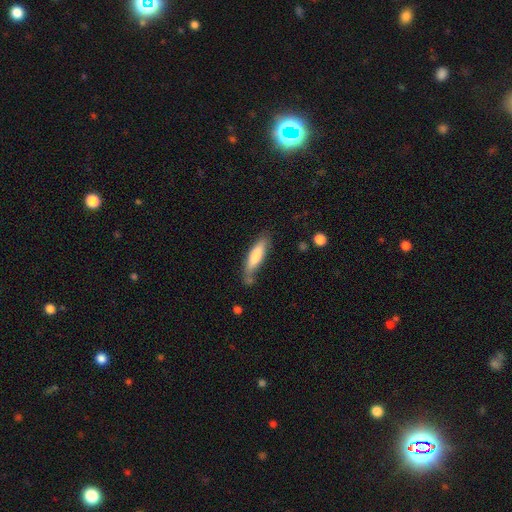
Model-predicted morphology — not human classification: A smooth galaxy with no disk features (77%) that is cigar-shaped (69%). Merging: none (64%).